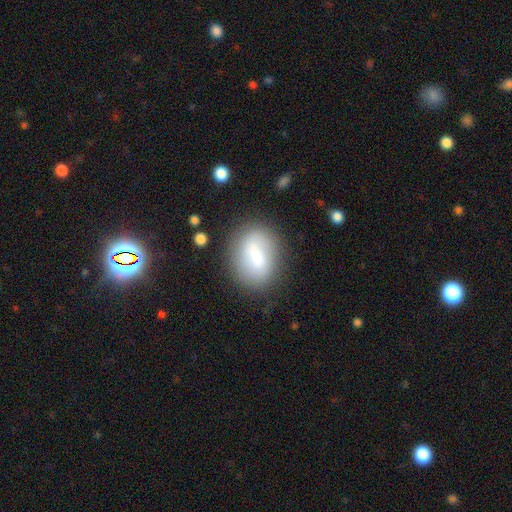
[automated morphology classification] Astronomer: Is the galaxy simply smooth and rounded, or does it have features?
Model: smooth — 64%.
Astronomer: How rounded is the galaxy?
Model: in between — 66%.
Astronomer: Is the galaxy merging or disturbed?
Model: none — 75%.